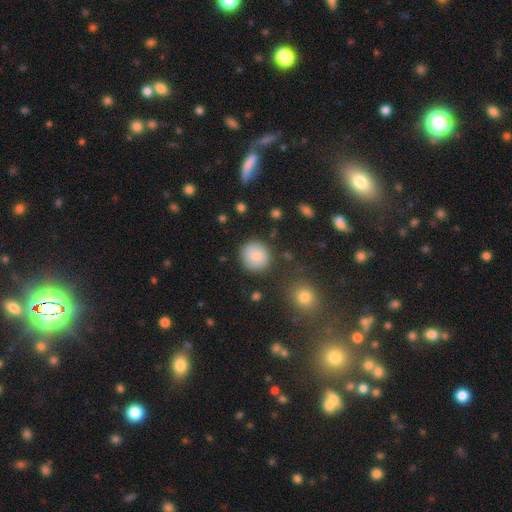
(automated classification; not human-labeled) Smooth or featured?
  - smooth: 80% *
  - featured or disk: 11%
  - star or artifact: 9%
How rounded?
  - round: 92% *
  - in between: 7%
  - cigar-shaped: 1%
Merging?
  - none: 84% *
  - minor disturbance: 10%
  - major disturbance: 3%
  - merger: 3%